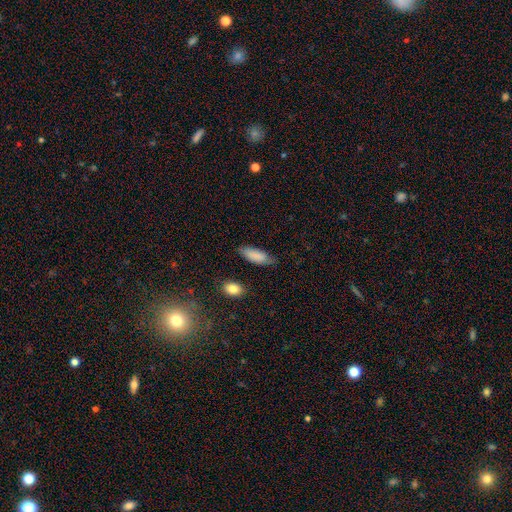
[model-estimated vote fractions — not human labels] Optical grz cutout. It shows a smooth galaxy with no disk features (86%) that is in between round and cigar-shaped (72%). Merging: none (73%).